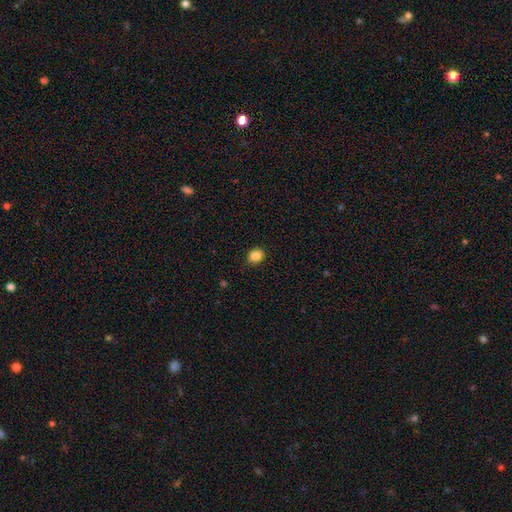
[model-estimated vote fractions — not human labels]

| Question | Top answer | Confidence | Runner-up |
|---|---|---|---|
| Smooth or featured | smooth | 85% | star or artifact (11%) |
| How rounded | round | 74% | in between (25%) |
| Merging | none | 91% | minor disturbance (6%) |